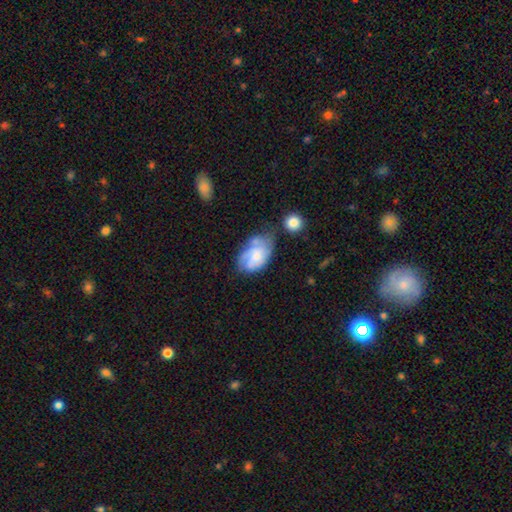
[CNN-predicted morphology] smooth_or_featured: featured or disk (p=0.54) [alt: smooth p=0.39]
disk_edge_on: no (p=0.97) [alt: yes p=0.03]
bar: no (p=0.70) [alt: weak p=0.26]
has_spiral_arms: yes (p=0.78) [alt: no p=0.22]
bulge_size: small (p=0.41) [alt: moderate p=0.38]
merging: none (p=0.38) [alt: minor disturbance p=0.30]